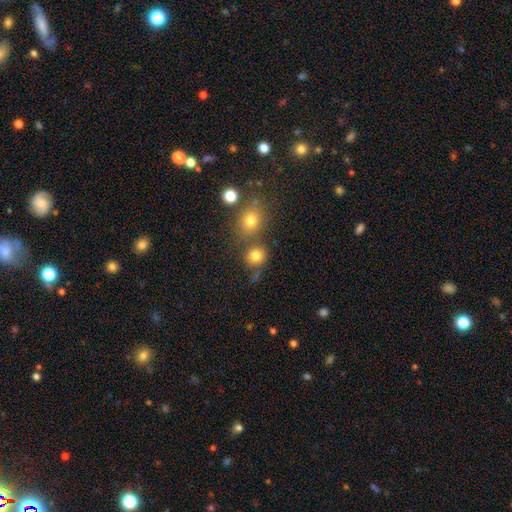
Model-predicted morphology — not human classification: The model was most divided on "merging": none: 66%, merger: 18%, minor disturbance: 11%, major disturbance: 5%. More confident: how rounded — round (83%); smooth or featured — smooth (79%).